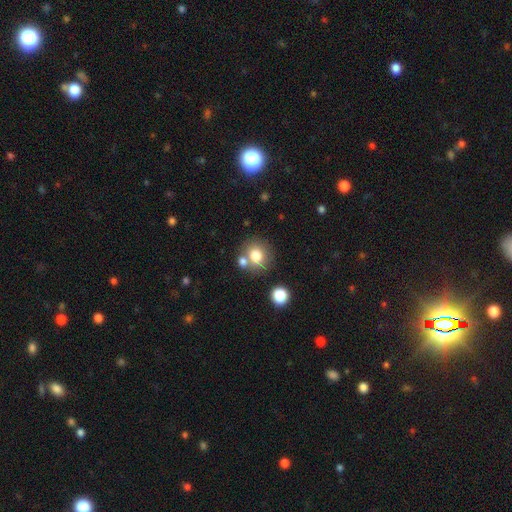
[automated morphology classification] The model was most divided on "merging": none: 61%, merger: 24%, minor disturbance: 11%, major disturbance: 4%. More confident: how rounded — round (84%); smooth or featured — smooth (77%).